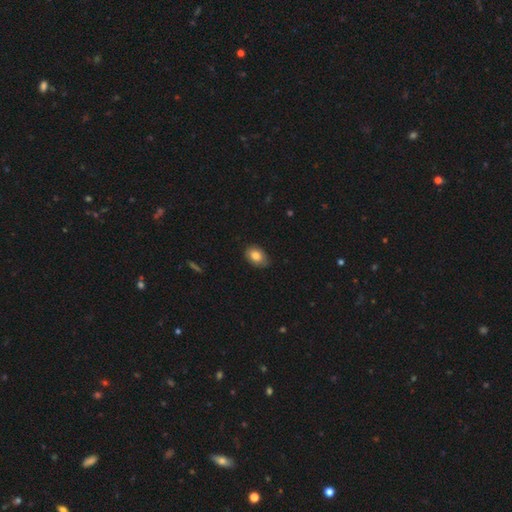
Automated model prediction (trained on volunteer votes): The model was most divided on "merging": none: 74%, minor disturbance: 22%, major disturbance: 3%, merger: 1%. More confident: smooth or featured — smooth (82%); how rounded — in between (80%).